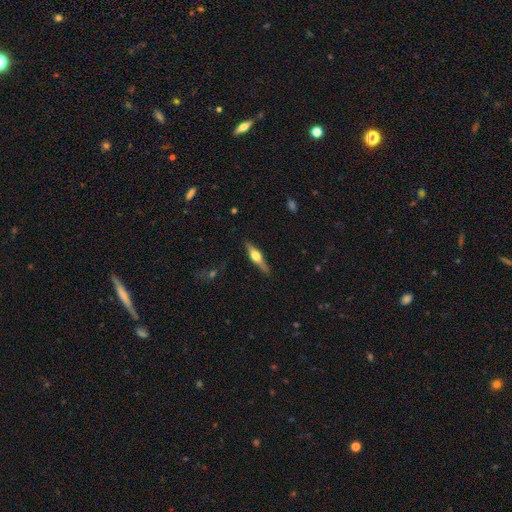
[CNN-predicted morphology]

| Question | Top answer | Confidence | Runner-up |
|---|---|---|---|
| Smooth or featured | featured or disk | 67% | smooth (27%) |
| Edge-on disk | yes | 96% | no (4%) |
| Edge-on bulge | rounded | 93% | boxy (5%) |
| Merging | none | 88% | minor disturbance (9%) |